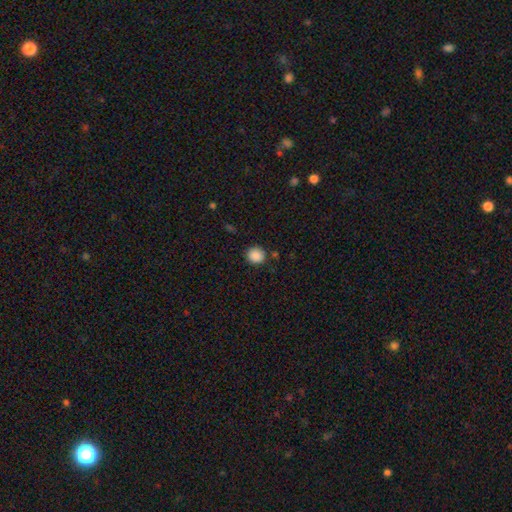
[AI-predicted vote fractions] Overall: smooth (88%). How rounded: round (86%). Merging: none (85%).